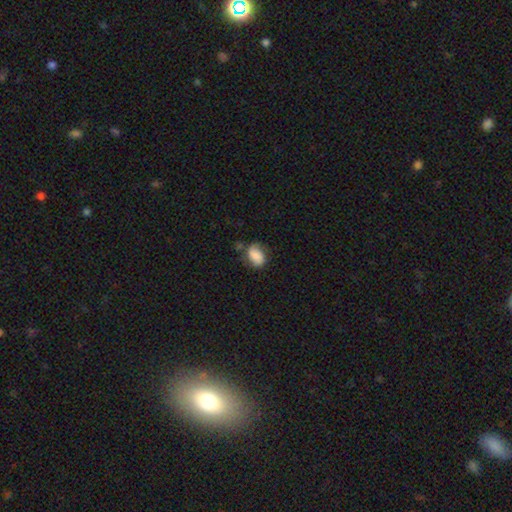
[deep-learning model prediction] This appears to be a smooth galaxy with no disk features (73%) that is in between round and cigar-shaped (80%). Merging: none (53%).